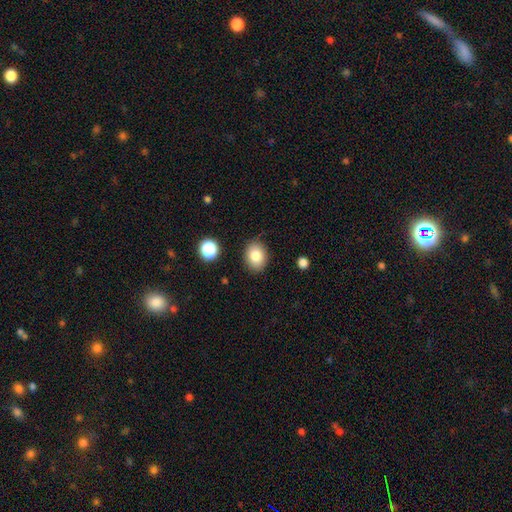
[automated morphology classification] smooth 83%, star or artifact 9%, featured or disk 8%. Down the decision tree: how rounded — in between (60%); merging — none (86%).